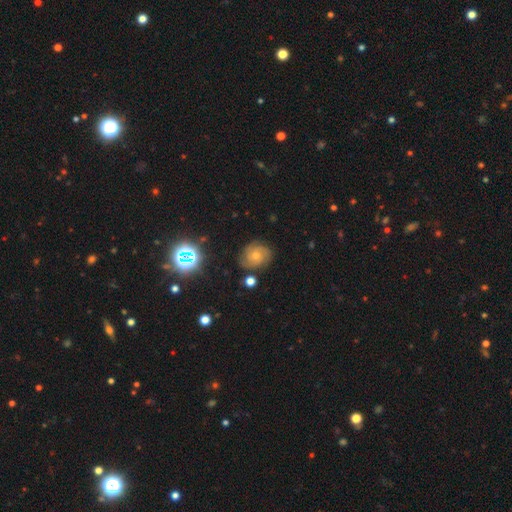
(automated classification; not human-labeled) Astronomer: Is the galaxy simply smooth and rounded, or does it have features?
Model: featured or disk — 56%.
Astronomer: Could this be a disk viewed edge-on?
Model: no — 97%.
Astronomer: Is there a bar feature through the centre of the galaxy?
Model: no — 82%.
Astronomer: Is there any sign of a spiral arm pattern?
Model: yes — 86%.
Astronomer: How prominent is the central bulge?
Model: small — 54% (runner-up: moderate, 41%).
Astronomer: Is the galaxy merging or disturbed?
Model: none — 76%.